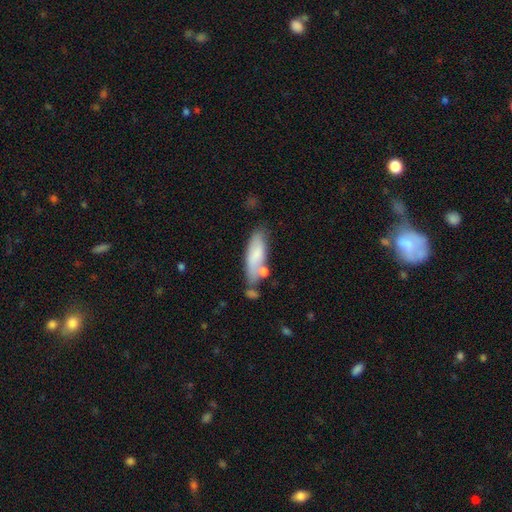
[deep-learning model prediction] This appears to be a smooth galaxy with no disk features (74%) that is in between round and cigar-shaped (55%). Merging: none (58%).